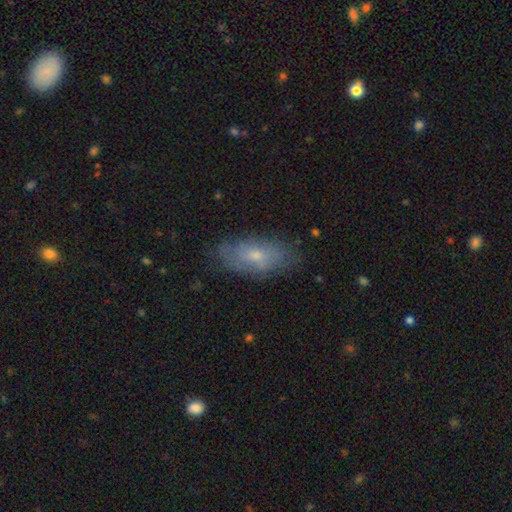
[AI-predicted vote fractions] smooth_or_featured: smooth (p=0.56) [alt: featured or disk p=0.37]
how_rounded: in between (p=0.87) [alt: cigar-shaped p=0.09]
merging: none (p=0.72) [alt: minor disturbance p=0.21]